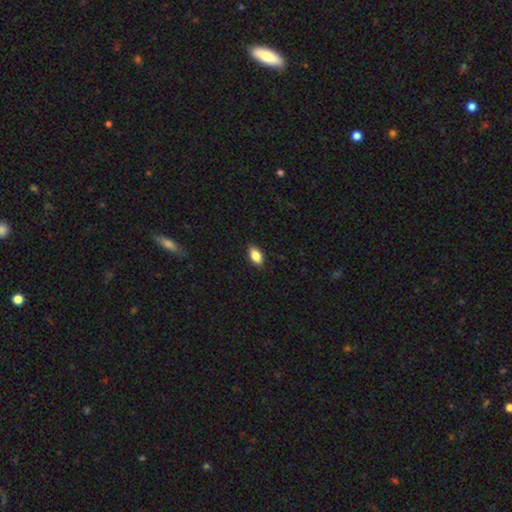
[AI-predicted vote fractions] Smooth or featured: smooth — 82% (featured or disk — 11%)
How rounded: in between — 90% (cigar-shaped — 6%)
Merging: none — 89% (minor disturbance — 9%)